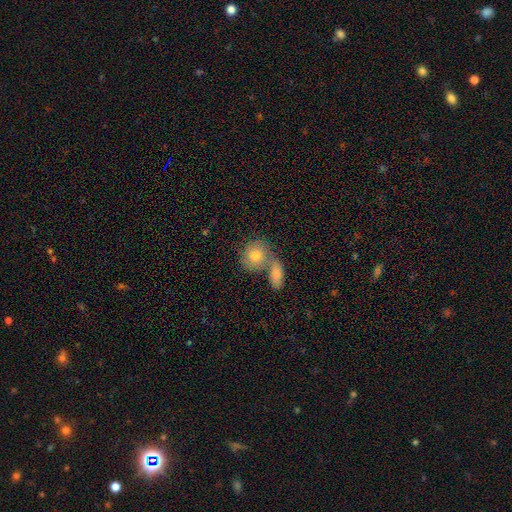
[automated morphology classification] This appears to be a smooth galaxy with no disk features (76%) that is round (69%). Merging: merger (49%).